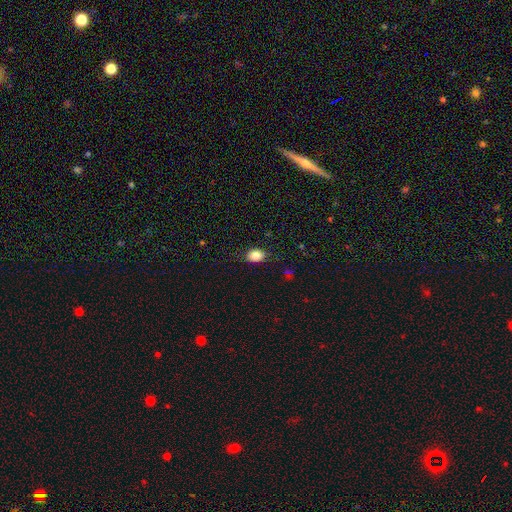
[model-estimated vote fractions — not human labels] Q: Smooth or featured?
A: smooth (85%); runner-up: star or artifact (9%)
Q: How rounded?
A: in between (66%); runner-up: round (33%)
Q: Merging?
A: none (85%); runner-up: minor disturbance (11%)